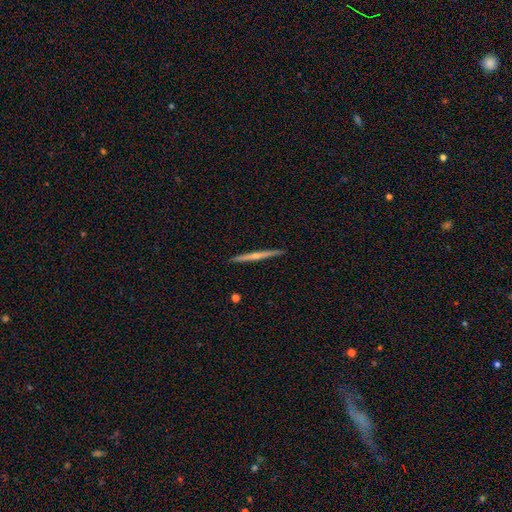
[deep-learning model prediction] smooth_or_featured: featured or disk (p=0.63) [alt: smooth p=0.27]
disk_edge_on: yes (p=0.95) [alt: no p=0.05]
edge_on_bulge: rounded (p=0.46) [alt: none p=0.44]
merging: none (p=0.90) [alt: minor disturbance p=0.06]